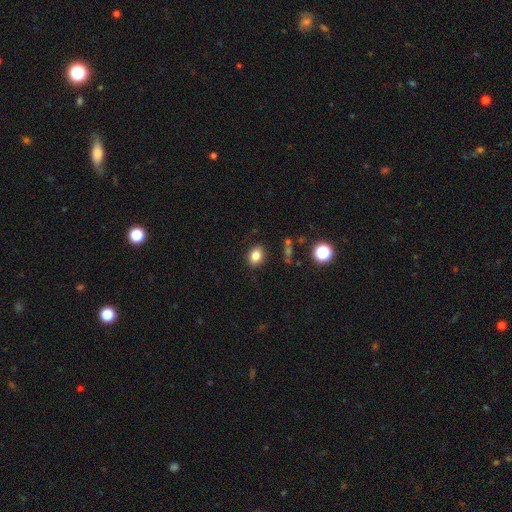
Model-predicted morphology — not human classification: This appears to be a smooth galaxy with no disk features (81%) that is in between round and cigar-shaped (64%). Merging: none (86%).